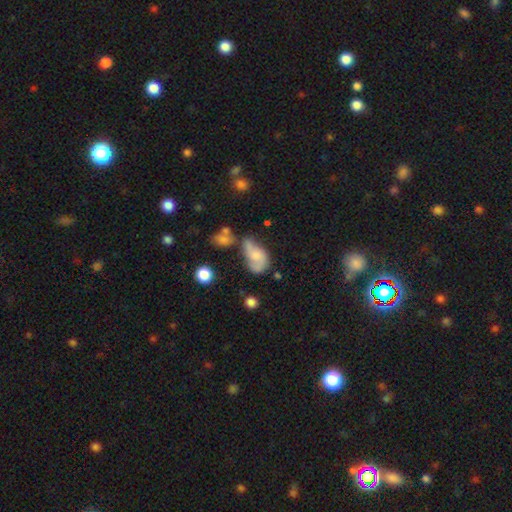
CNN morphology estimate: Smooth or featured? Predicted: smooth (p=0.47). Merging? Predicted: major disturbance (p=0.26, tied with none).